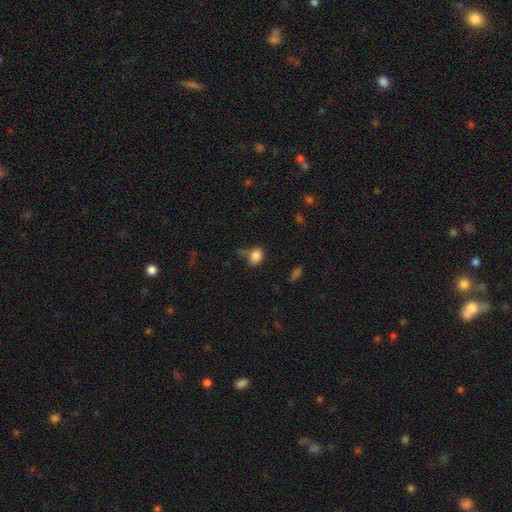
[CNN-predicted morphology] Q: Smooth or featured?
A: smooth (83%); runner-up: star or artifact (10%)
Q: How rounded?
A: in between (65%); runner-up: round (33%)
Q: Merging?
A: none (51%); runner-up: minor disturbance (28%)